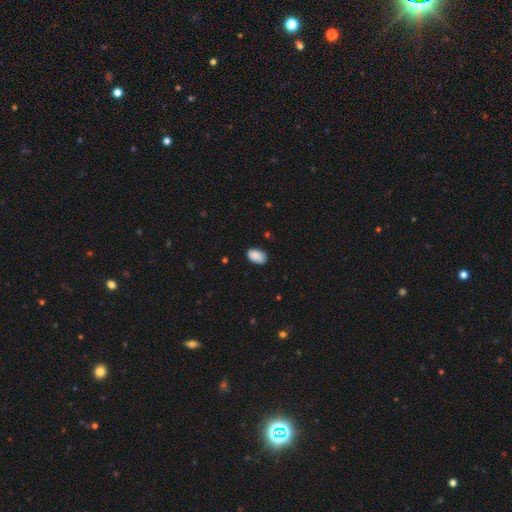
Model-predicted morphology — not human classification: Overall: smooth (88%). How rounded: in between (91%). Merging: none (76%).